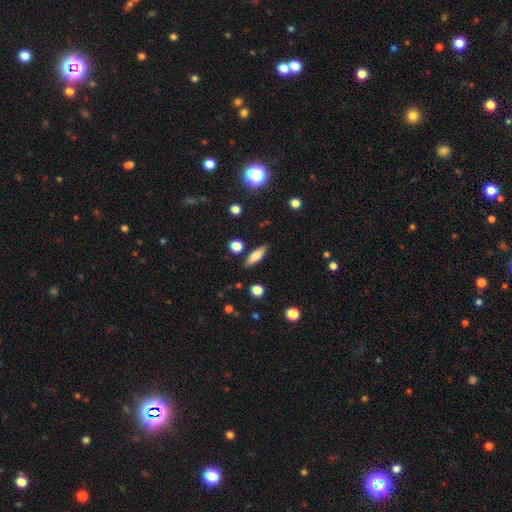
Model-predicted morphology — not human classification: Smooth or featured?
  - smooth: 75% *
  - featured or disk: 17%
  - star or artifact: 8%
How rounded?
  - in between: 49% *
  - cigar-shaped: 47%
  - round: 3%
Merging?
  - none: 84% *
  - minor disturbance: 10%
  - merger: 3%
  - major disturbance: 2%